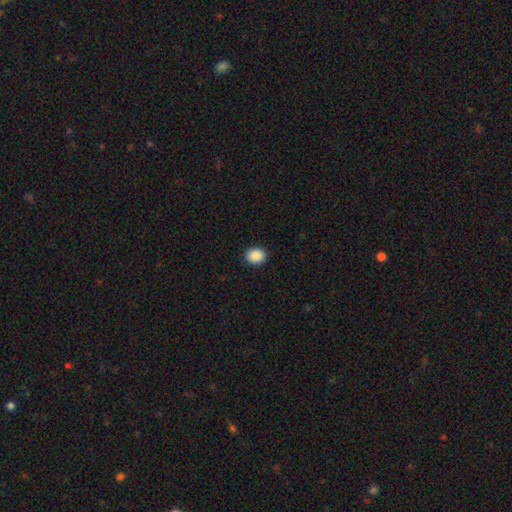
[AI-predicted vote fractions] Q: Smooth or featured?
A: smooth (90%); runner-up: star or artifact (8%)
Q: How rounded?
A: round (57%); runner-up: in between (42%)
Q: Merging?
A: none (91%); runner-up: minor disturbance (6%)